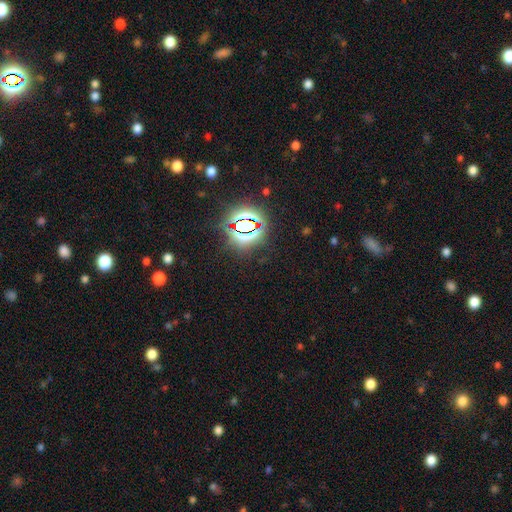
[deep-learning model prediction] Smooth or featured? star or artifact (82%)